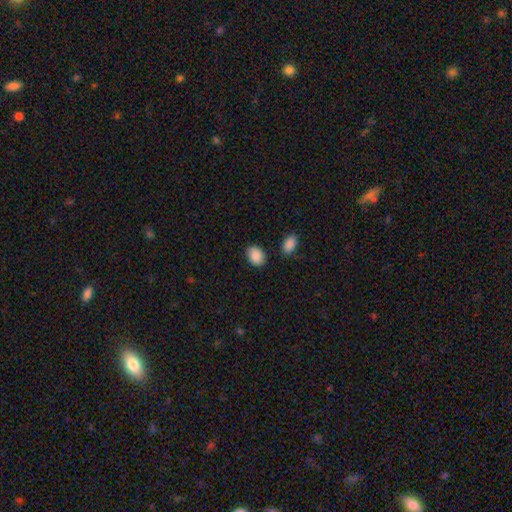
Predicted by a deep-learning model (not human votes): A smooth galaxy with no disk features (89%) that is in between round and cigar-shaped (78%). Merging: none (83%).